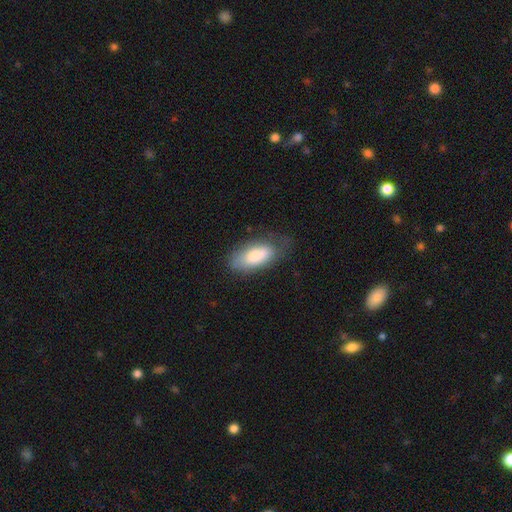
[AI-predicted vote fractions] A smooth galaxy with no disk features (80%) that is in between round and cigar-shaped (87%).

Vote fractions:
- Smooth or featured? smooth: 80% / featured or disk: 13% / star or artifact: 7%
- How rounded? in between: 87% / cigar-shaped: 11% / round: 2%
- Merging? none: 61% / minor disturbance: 27% / major disturbance: 10% / merger: 2%